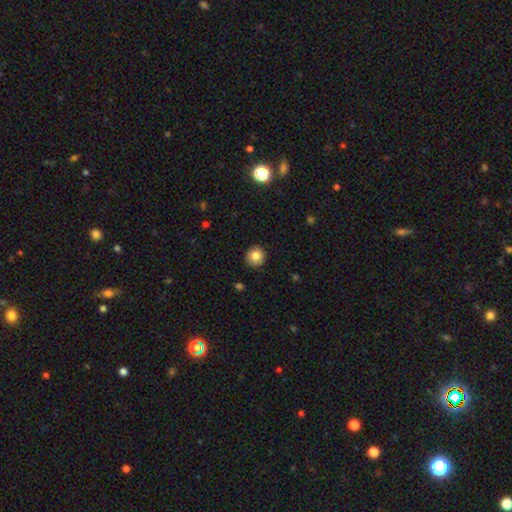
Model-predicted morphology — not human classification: Smooth or featured: smooth — 82% (star or artifact — 10%)
How rounded: round — 94% (in between — 5%)
Merging: none — 91% (minor disturbance — 6%)